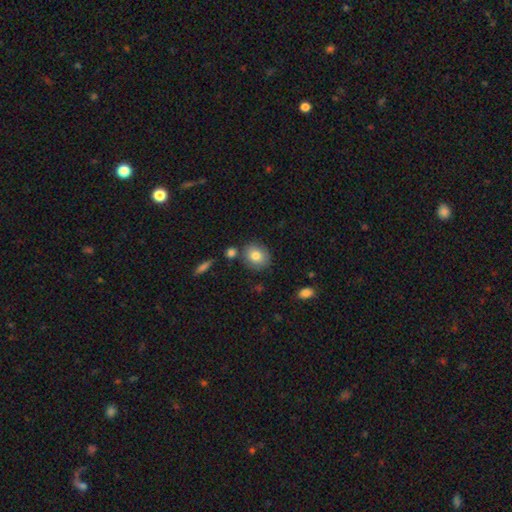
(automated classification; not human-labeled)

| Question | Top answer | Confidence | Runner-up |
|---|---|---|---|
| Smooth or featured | smooth | 80% | featured or disk (11%) |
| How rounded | round | 70% | in between (29%) |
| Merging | none | 79% | minor disturbance (11%) |